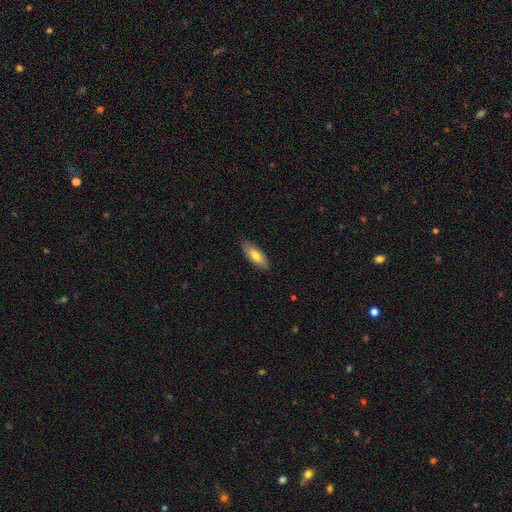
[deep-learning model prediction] Smooth or featured?
  - smooth: 73% *
  - featured or disk: 21%
  - star or artifact: 6%
How rounded?
  - in between: 75% *
  - cigar-shaped: 23%
  - round: 2%
Merging?
  - none: 86% *
  - minor disturbance: 12%
  - major disturbance: 2%
  - merger: 1%